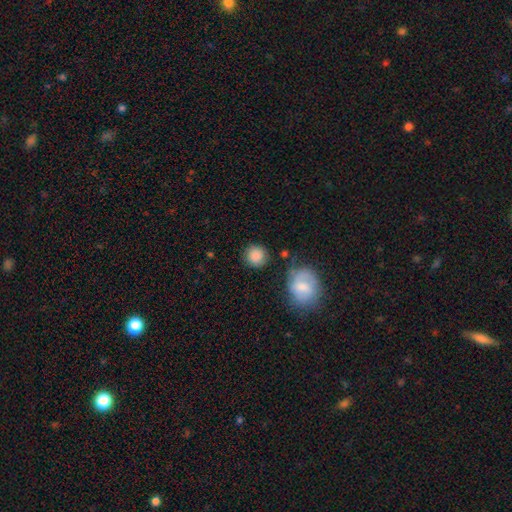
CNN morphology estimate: This is clearly a smooth galaxy (86%). How rounded: clearly round (90%). Merging: likely none (78%).